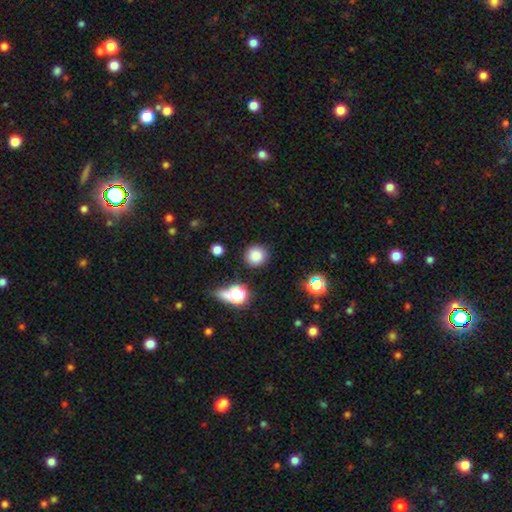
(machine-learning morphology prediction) A smooth galaxy with no disk features (81%) that is round (90%). Merging: none (85%).